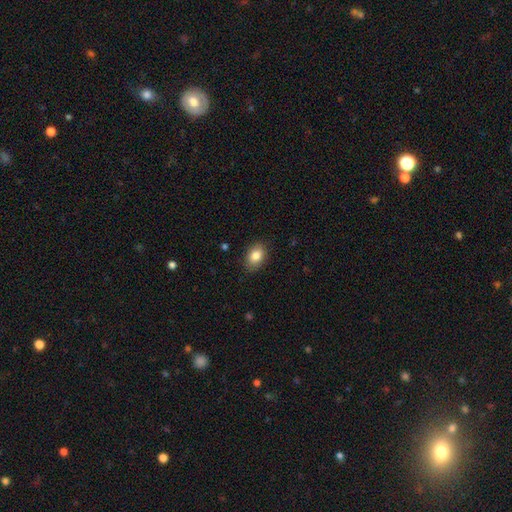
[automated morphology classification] A smooth galaxy with no disk features (84%) that is in between round and cigar-shaped (81%).

Vote fractions:
- Smooth or featured? smooth: 84% / featured or disk: 8% / star or artifact: 8%
- How rounded? in between: 81% / round: 18% / cigar-shaped: 1%
- Merging? none: 86% / minor disturbance: 11% / major disturbance: 2% / merger: 1%